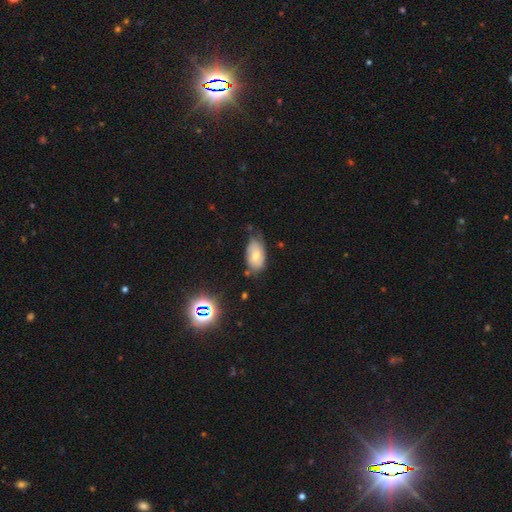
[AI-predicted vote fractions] Smooth or featured? smooth (63%)
How rounded? in between (93%)
Merging? none (52%)